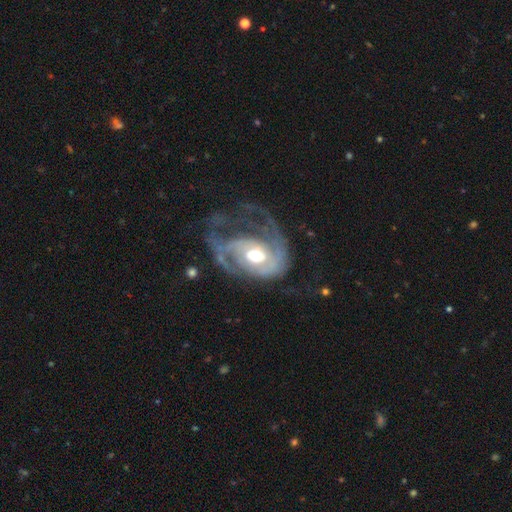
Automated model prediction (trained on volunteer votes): Q: Smooth or featured?
A: featured or disk (85%); runner-up: smooth (10%)
Q: Edge-on disk?
A: no (97%); runner-up: yes (3%)
Q: Bar?
A: no (62%); runner-up: weak (28%)
Q: Spiral arms?
A: yes (90%); runner-up: no (10%)
Q: Spiral winding?
A: medium (42%); runner-up: tight (36%)
Q: Spiral arm count?
A: 2 (43%); runner-up: can't tell (20%)
Q: Bulge size?
A: moderate (70%); runner-up: small (14%)
Q: Merging?
A: major disturbance (47%); runner-up: none (30%)